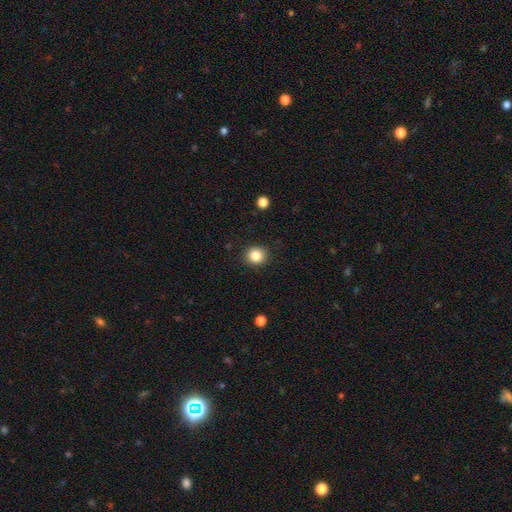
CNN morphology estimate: This is clearly a smooth galaxy (85%). How rounded: clearly round (84%). Merging: clearly none (91%).